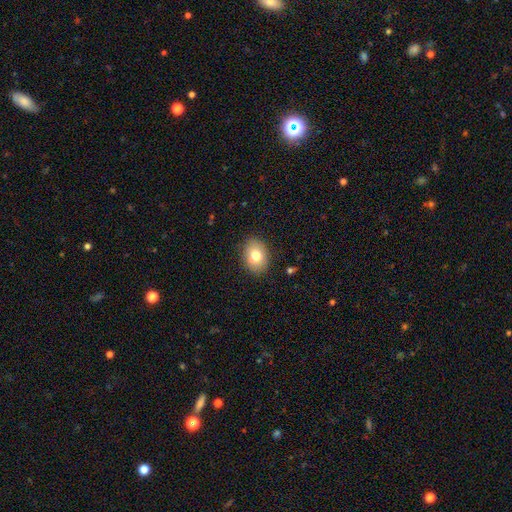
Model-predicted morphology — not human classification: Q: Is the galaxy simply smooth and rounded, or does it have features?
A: smooth — 75%.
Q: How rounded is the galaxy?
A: in between — 72%.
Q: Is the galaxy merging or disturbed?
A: none — 83%.